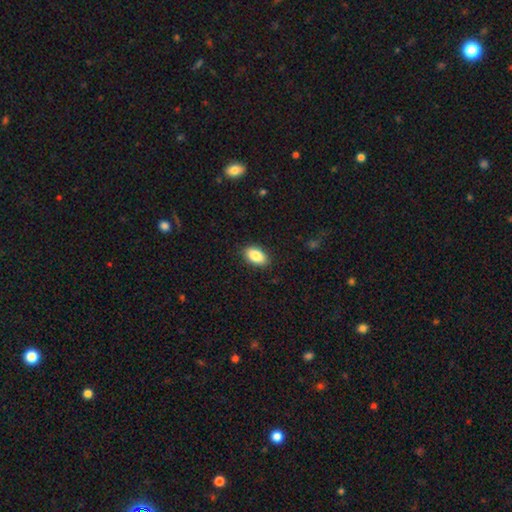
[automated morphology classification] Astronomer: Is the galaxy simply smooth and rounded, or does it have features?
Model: smooth — 87%.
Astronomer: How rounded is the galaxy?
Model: in between — 93%.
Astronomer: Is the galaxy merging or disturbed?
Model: none — 88%.